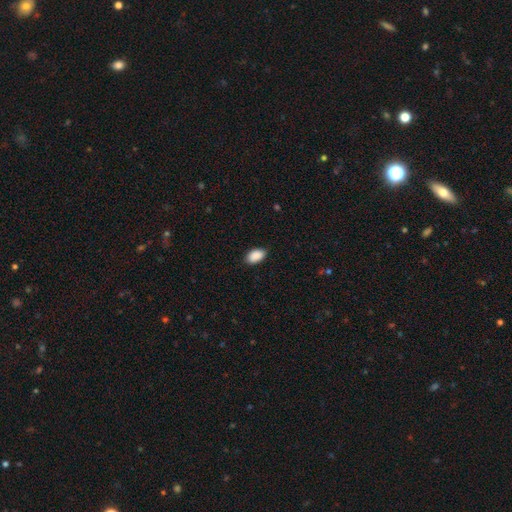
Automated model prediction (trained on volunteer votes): smooth_or_featured: smooth (p=0.91) [alt: star or artifact p=0.07]
how_rounded: in between (p=0.93) [alt: round p=0.05]
merging: none (p=0.85) [alt: minor disturbance p=0.11]